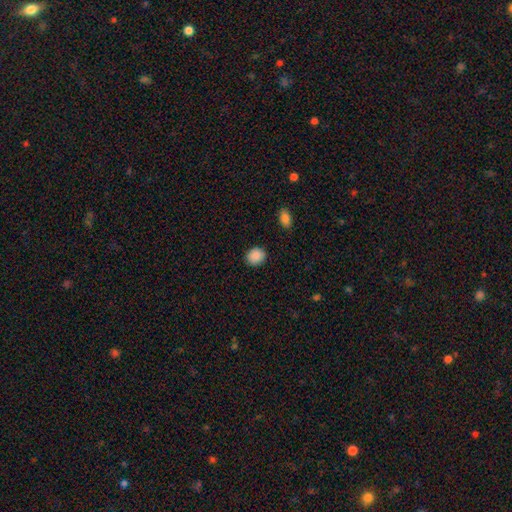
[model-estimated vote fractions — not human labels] This appears to be a smooth galaxy with no disk features (89%) that is round (71%). Merging: none (88%).